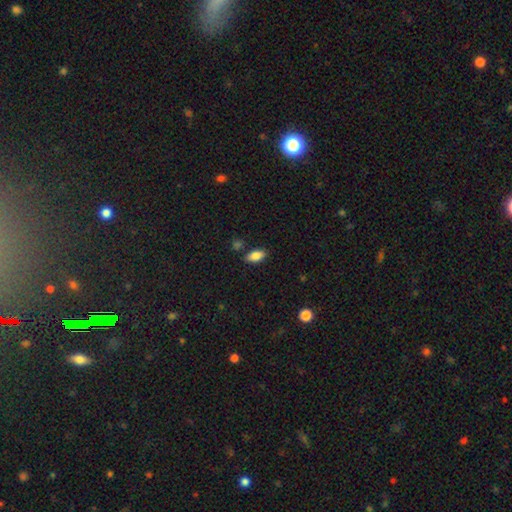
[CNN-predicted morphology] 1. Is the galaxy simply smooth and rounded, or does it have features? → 85% smooth, 8% star or artifact, 7% featured or disk.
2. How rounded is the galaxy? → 91% in between, 6% cigar-shaped, 3% round.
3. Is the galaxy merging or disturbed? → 83% none, 11% minor disturbance, 4% merger, 2% major disturbance.